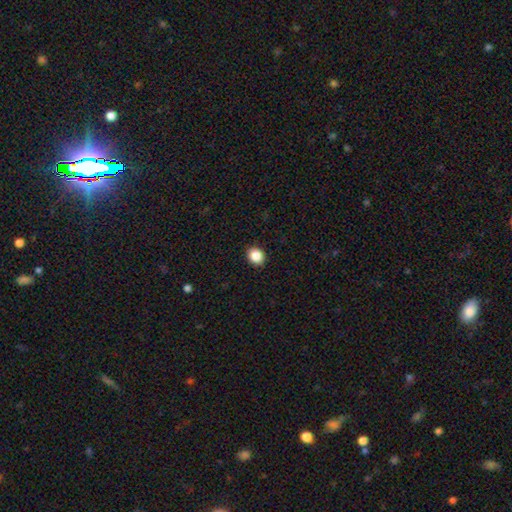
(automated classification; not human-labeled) Smooth or featured? Predicted: smooth (p=0.87). How rounded? Predicted: round (p=0.68). Merging? Predicted: none (p=0.91).